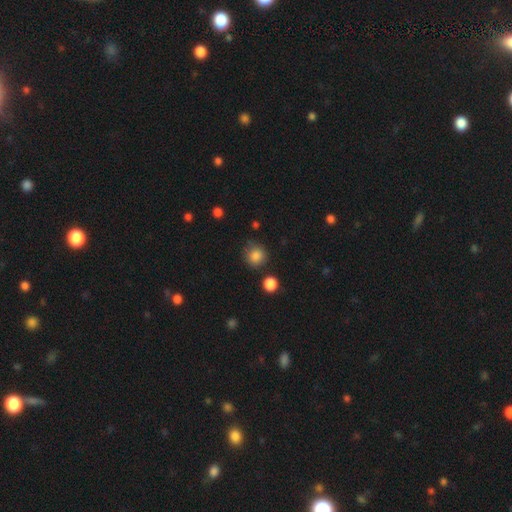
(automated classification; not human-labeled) smooth 85%, star or artifact 11%, featured or disk 5%. Down the decision tree: how rounded — round (89%); merging — none (76%).